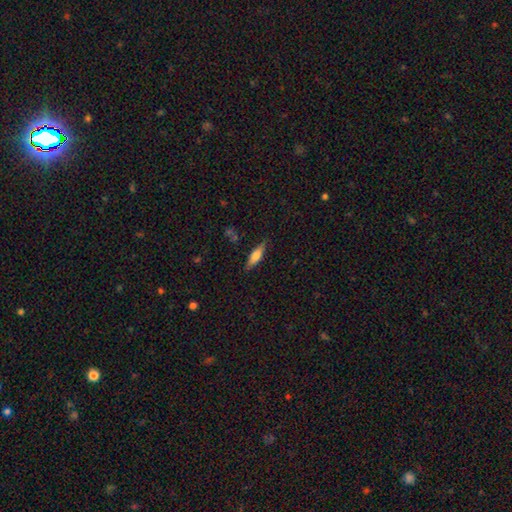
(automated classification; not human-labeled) smooth-or-featured: smooth: 57% | featured or disk: 36% | star or artifact: 7%
  how-rounded: cigar-shaped: 58% | in between: 40% | round: 2%
  merging: none: 83% | minor disturbance: 12% | major disturbance: 3% | merger: 2%